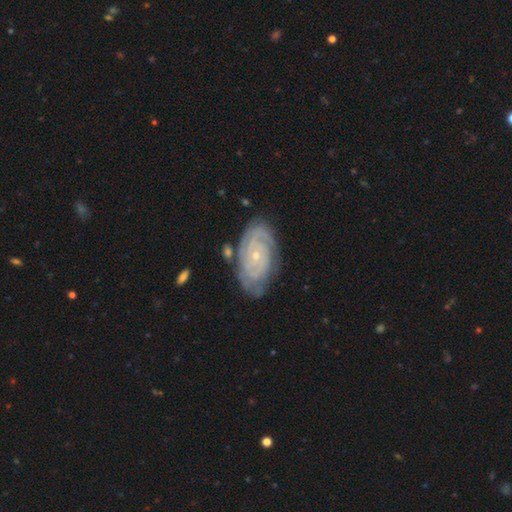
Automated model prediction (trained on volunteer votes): A featured or disk galaxy (85%) with no bar (75%), 2 (34%) tight (80%) spiral arms (96%) and a small central bulge (82%).

Vote fractions:
- Smooth or featured? featured or disk: 85% / smooth: 8% / star or artifact: 6%
- Edge-on disk? no: 96% / yes: 4%
- Bar? no: 75% / weak: 19% / strong: 6%
- Spiral arms? yes: 96% / no: 4%
- Spiral winding? tight: 80% / medium: 17% / loose: 3%
- Spiral arm count? 2: 34% / can't tell: 25% / 3: 19% / 4: 12% / more than 4: 6% / 1: 5%
- Bulge size? small: 82% / moderate: 15% / none: 2% / large: 1% / dominant: 1%
- Merging? none: 75% / minor disturbance: 17% / major disturbance: 5% / merger: 4%